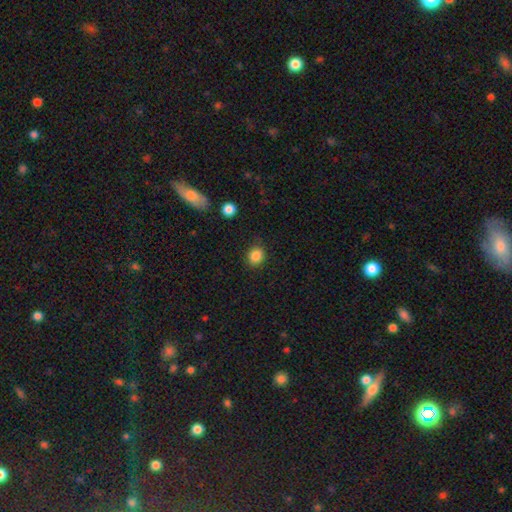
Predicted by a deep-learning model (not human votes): smooth_or_featured: smooth (p=0.85) [alt: star or artifact p=0.11]
how_rounded: round (p=0.72) [alt: in between p=0.27]
merging: none (p=0.81) [alt: minor disturbance p=0.14]